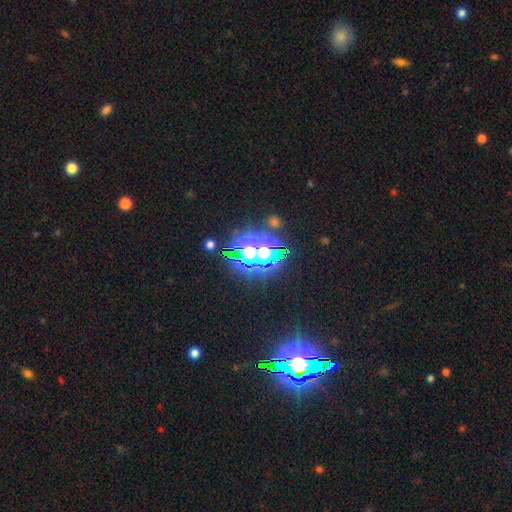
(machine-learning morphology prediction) Q: Smooth or featured?
A: star or artifact (59%); runner-up: smooth (22%)